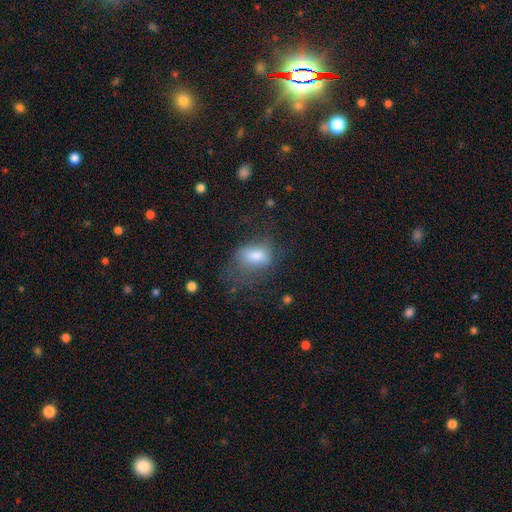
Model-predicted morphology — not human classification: smooth-or-featured: smooth: 67% | featured or disk: 22% | star or artifact: 11%
  how-rounded: in between: 77% | round: 21% | cigar-shaped: 2%
  merging: major disturbance: 37% | none: 36% | minor disturbance: 25% | merger: 2%